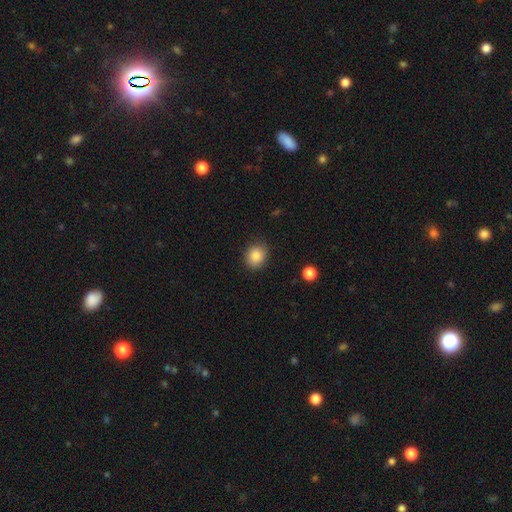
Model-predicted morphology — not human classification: Q: Smooth or featured?
A: smooth (86%); runner-up: star or artifact (9%)
Q: How rounded?
A: round (67%); runner-up: in between (32%)
Q: Merging?
A: none (84%); runner-up: minor disturbance (12%)